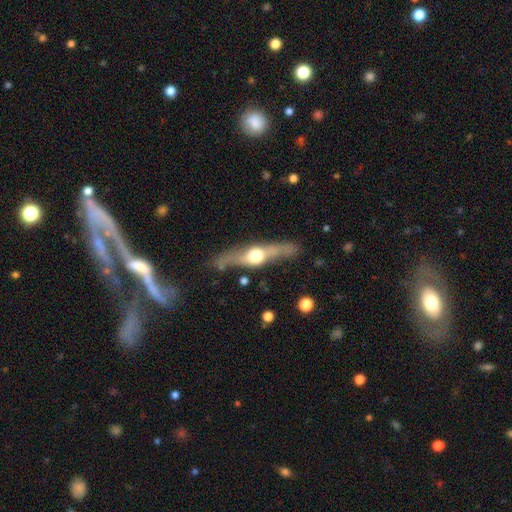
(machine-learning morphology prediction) Overall: featured or disk (76%). Edge-on disk: yes (90%). Edge-on bulge: rounded (96%). Merging: none (76%).